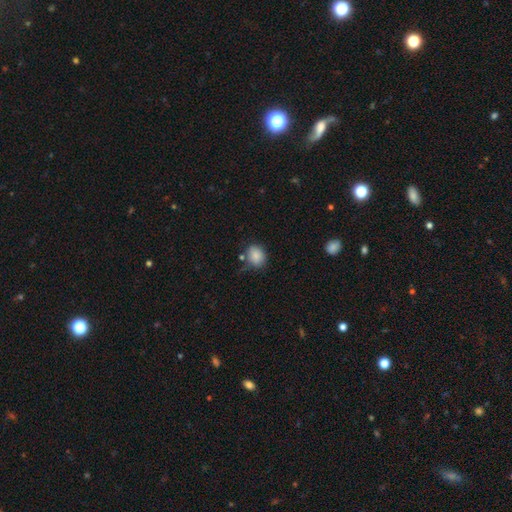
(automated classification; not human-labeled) The model was most divided on "how rounded": in between: 53%, round: 46%, cigar-shaped: 1%. More confident: smooth or featured — smooth (85%); merging — none (64%).